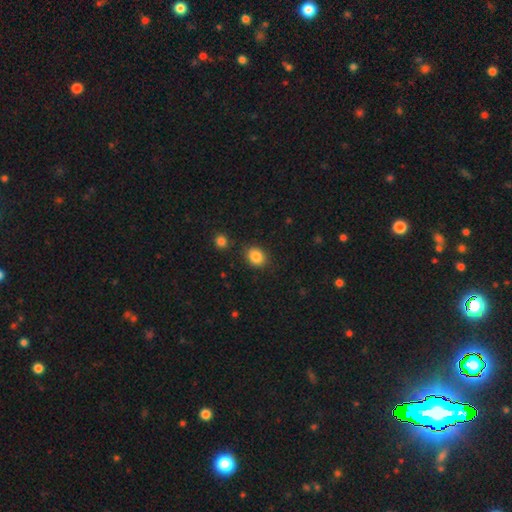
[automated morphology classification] Q: Smooth or featured?
A: smooth (86%); runner-up: star or artifact (9%)
Q: How rounded?
A: round (51%); runner-up: in between (48%)
Q: Merging?
A: none (83%); runner-up: minor disturbance (10%)